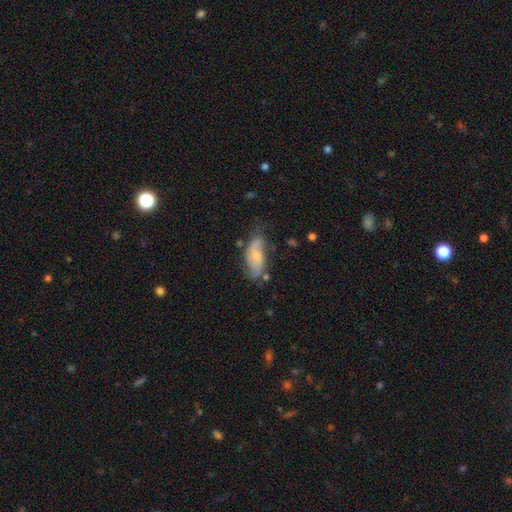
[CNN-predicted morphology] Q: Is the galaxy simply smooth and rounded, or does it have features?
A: featured or disk — 48%.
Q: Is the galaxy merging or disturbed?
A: none — 55%.